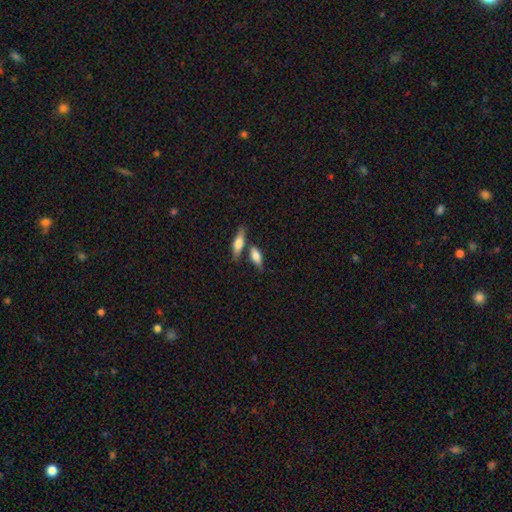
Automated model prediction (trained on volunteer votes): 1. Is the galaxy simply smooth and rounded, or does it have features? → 74% smooth, 19% featured or disk, 7% star or artifact.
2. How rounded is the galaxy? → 71% in between, 25% cigar-shaped, 5% round.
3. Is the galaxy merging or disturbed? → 60% none, 23% merger, 13% minor disturbance, 4% major disturbance.